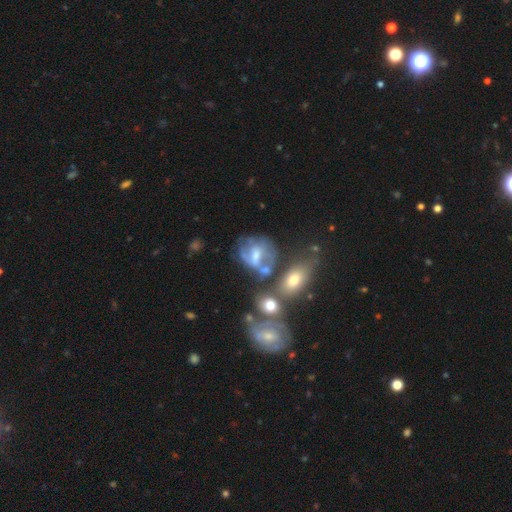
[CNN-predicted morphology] Smooth or featured: featured or disk — 54% (smooth — 35%)
Edge-on disk: no — 96% (yes — 4%)
Bar: no — 48% (weak — 39%)
Spiral arms: no — 54% (yes — 46%)
Bulge size: moderate — 51% (small — 33%)
Merging: none — 37% (merger — 24%)